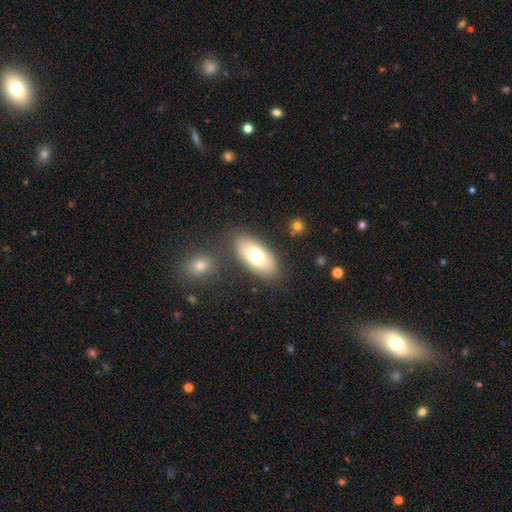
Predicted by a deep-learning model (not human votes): This appears to be a smooth galaxy with no disk features (73%) that is in between round and cigar-shaped (90%). Merging: none (80%).